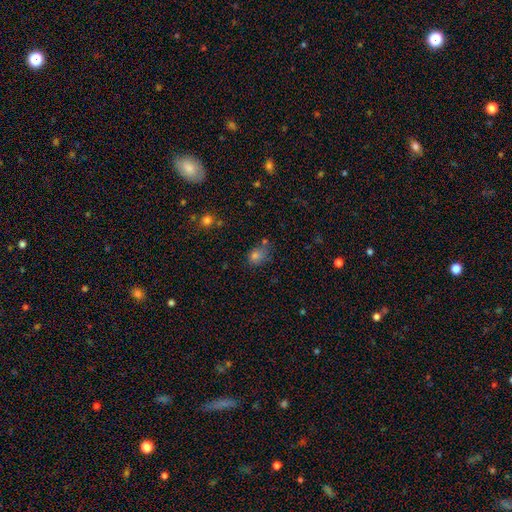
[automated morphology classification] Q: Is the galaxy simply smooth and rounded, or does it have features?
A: smooth — 74%.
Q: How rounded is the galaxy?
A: round — 54%.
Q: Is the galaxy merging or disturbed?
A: none — 56%.